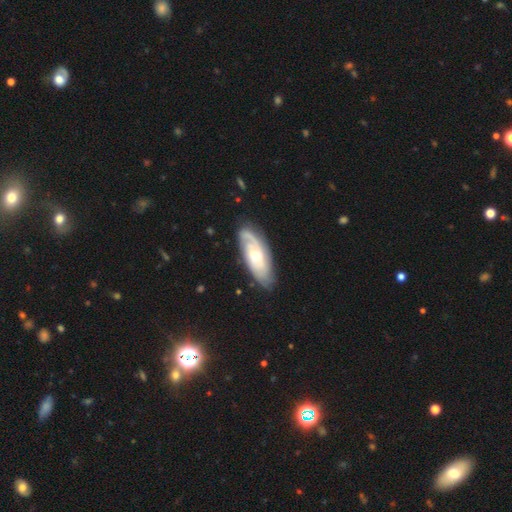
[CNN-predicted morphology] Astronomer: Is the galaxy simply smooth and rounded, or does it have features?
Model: featured or disk — 77%.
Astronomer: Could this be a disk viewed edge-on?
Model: no — 90%.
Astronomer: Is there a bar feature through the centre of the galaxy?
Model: no — 66%.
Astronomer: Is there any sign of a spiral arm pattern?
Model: yes — 92%.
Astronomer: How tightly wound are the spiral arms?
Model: tight — 59%.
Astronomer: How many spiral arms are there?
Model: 2 — 36% (runner-up: can't tell, 33%).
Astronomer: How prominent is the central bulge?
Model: moderate — 60% (runner-up: small, 35%).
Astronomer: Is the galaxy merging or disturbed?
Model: none — 78%.